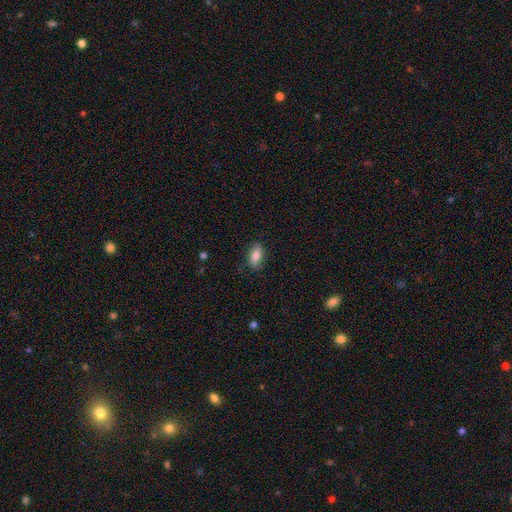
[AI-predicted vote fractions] This appears to be a smooth galaxy with no disk features (82%) that is in between round and cigar-shaped (88%). Merging: none (77%).